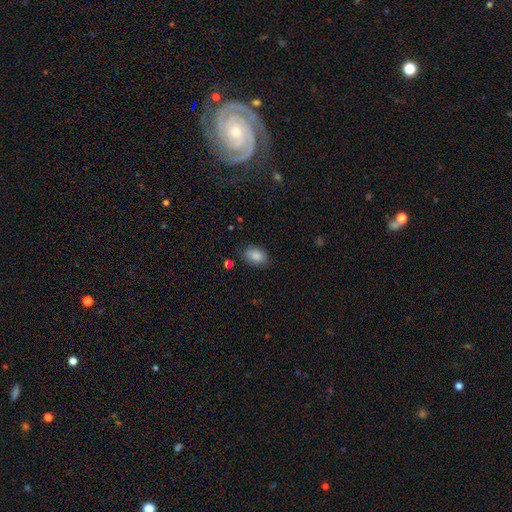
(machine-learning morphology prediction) This appears to be a smooth galaxy with no disk features (86%) that is in between round and cigar-shaped (83%). Merging: none (77%).